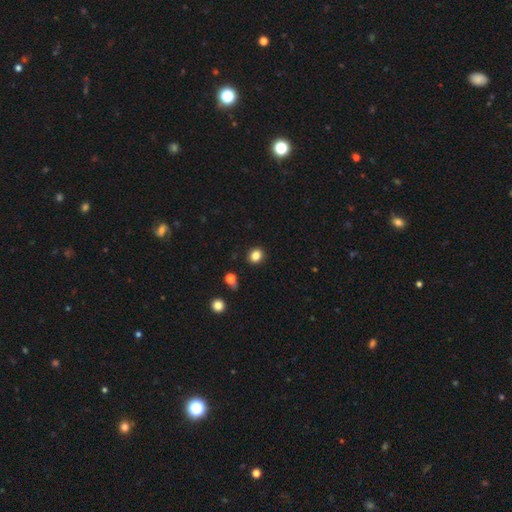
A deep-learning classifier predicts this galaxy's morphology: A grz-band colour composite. It shows a smooth galaxy with no disk features (84%) that is round (75%). Merging: none (90%).